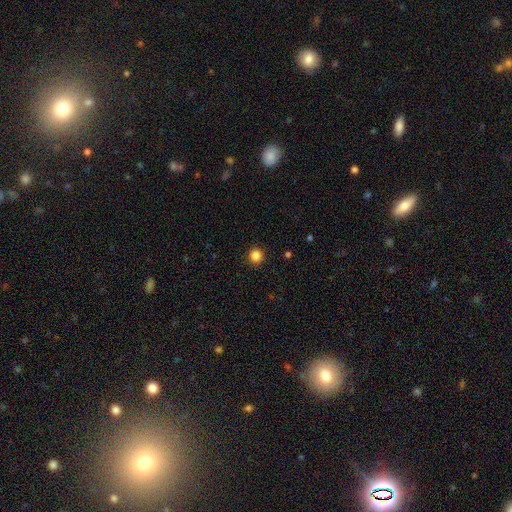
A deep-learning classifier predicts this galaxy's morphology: The model was most divided on "smooth or featured": smooth: 85%, star or artifact: 12%, featured or disk: 3%. More confident: how rounded — round (95%); merging — none (93%).